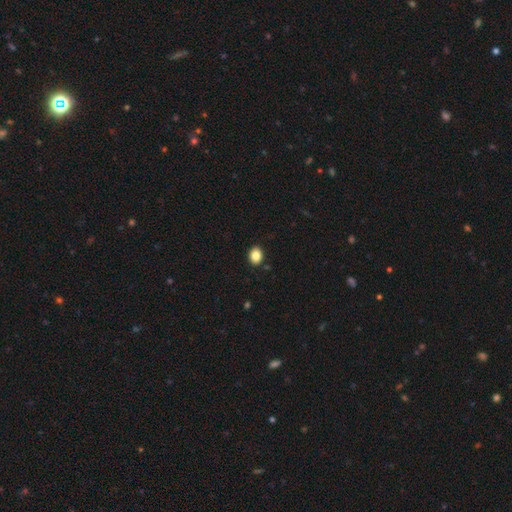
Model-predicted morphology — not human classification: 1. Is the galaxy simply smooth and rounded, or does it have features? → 85% smooth, 9% star or artifact, 5% featured or disk.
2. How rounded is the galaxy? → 55% in between, 44% round, 1% cigar-shaped.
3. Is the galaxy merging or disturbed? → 90% none, 7% minor disturbance, 2% major disturbance, 1% merger.